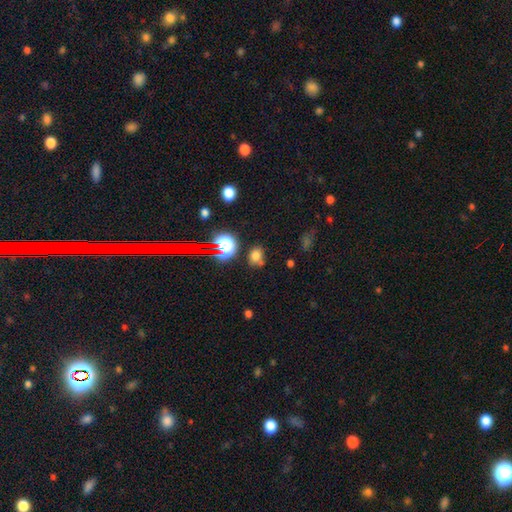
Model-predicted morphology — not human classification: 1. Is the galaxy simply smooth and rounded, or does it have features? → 64% smooth, 28% star or artifact, 8% featured or disk.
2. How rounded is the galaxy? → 53% in between, 46% round, 2% cigar-shaped.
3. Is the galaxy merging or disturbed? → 63% none, 17% minor disturbance, 14% merger, 7% major disturbance.